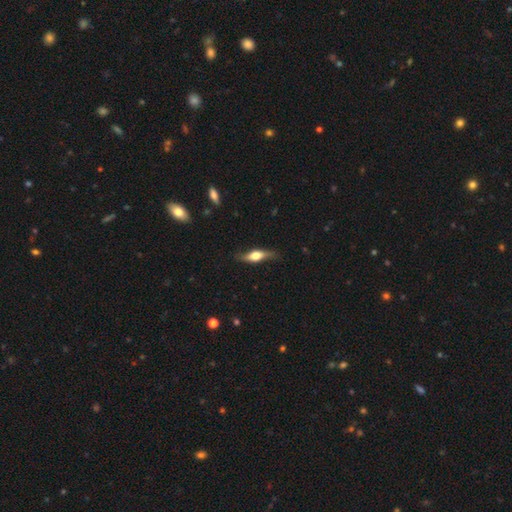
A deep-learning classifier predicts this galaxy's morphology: Overall: featured or disk (55%; smooth 39%). Edge-on disk: yes (84%). Merging: none (75%).